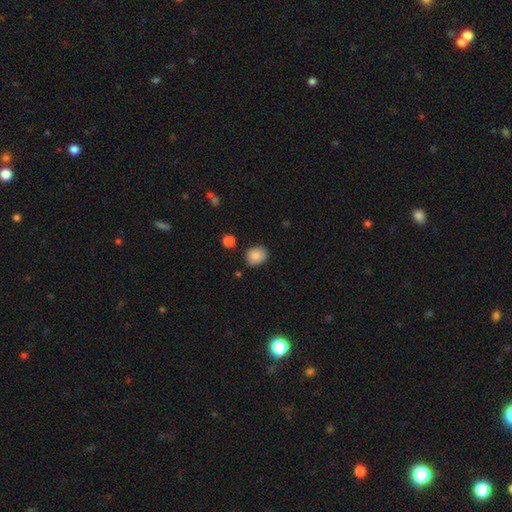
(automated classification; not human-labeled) smooth_or_featured: smooth (p=0.85) [alt: star or artifact p=0.09]
how_rounded: round (p=0.55) [alt: in between p=0.44]
merging: none (p=0.77) [alt: minor disturbance p=0.17]